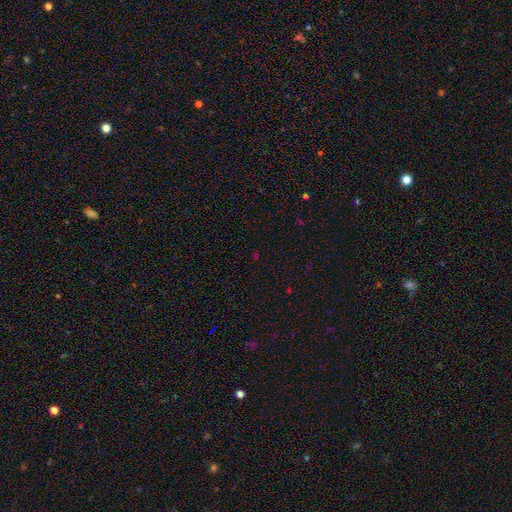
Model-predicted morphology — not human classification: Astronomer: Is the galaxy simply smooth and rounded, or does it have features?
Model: star or artifact — 62%.